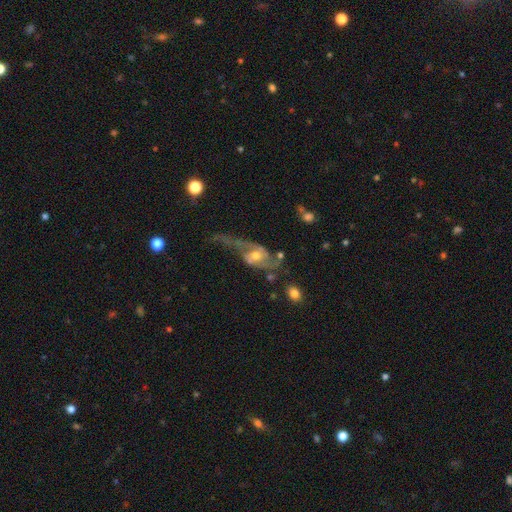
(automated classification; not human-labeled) This appears to be a featured or disk galaxy (79%) with no bar (53%), 2 (76%) loose (60%) spiral arms (87%) and a moderate central bulge (67%). Merging: major disturbance (42%).